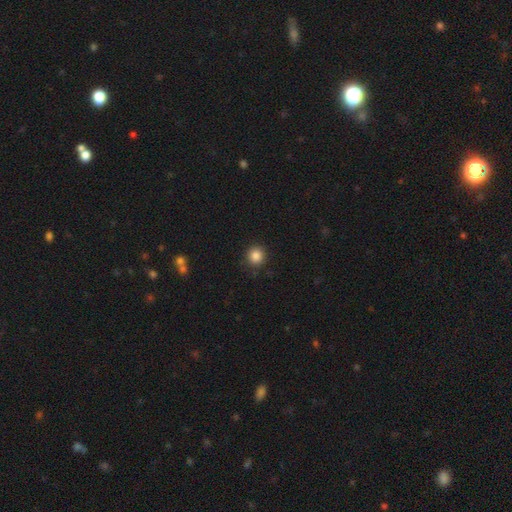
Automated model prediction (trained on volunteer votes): The model was most divided on "smooth or featured": smooth: 85%, star or artifact: 10%, featured or disk: 4%. More confident: how rounded — round (93%); merging — none (90%).